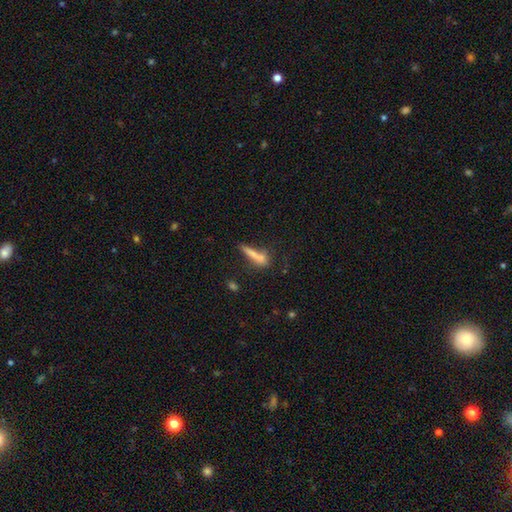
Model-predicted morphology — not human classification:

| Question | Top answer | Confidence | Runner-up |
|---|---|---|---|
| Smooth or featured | smooth | 68% | featured or disk (21%) |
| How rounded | cigar-shaped | 81% | in between (15%) |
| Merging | none | 50% | merger (23%) |